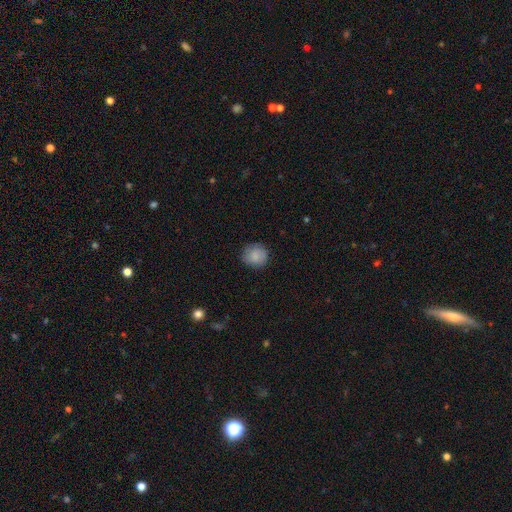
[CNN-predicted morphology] Q: Smooth or featured?
A: smooth (86%); runner-up: star or artifact (7%)
Q: How rounded?
A: round (87%); runner-up: in between (12%)
Q: Merging?
A: none (82%); runner-up: minor disturbance (14%)